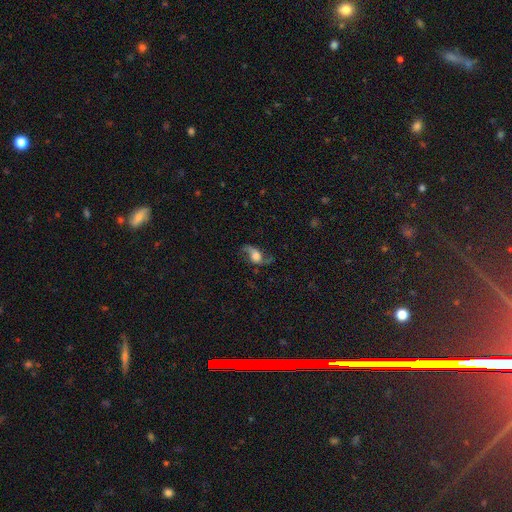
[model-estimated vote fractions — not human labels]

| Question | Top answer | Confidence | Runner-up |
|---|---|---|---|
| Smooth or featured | featured or disk | 67% | smooth (23%) |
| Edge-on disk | no | 91% | yes (9%) |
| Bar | no | 65% | weak (27%) |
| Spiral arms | yes | 91% | no (9%) |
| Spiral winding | loose | 82% | medium (15%) |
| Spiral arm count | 2 | 88% | 1 (7%) |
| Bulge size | large | 44% | moderate (23%) |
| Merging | none | 60% | minor disturbance (19%) |